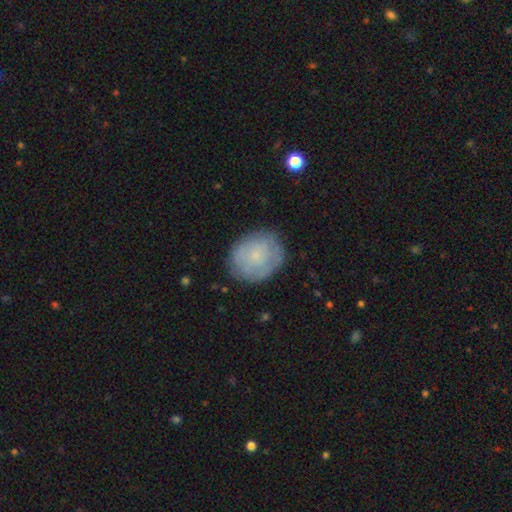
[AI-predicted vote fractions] Smooth or featured?
  - smooth: 61% *
  - featured or disk: 31%
  - star or artifact: 8%
How rounded?
  - round: 66% *
  - in between: 33%
  - cigar-shaped: 1%
Merging?
  - none: 78% *
  - minor disturbance: 16%
  - major disturbance: 5%
  - merger: 1%